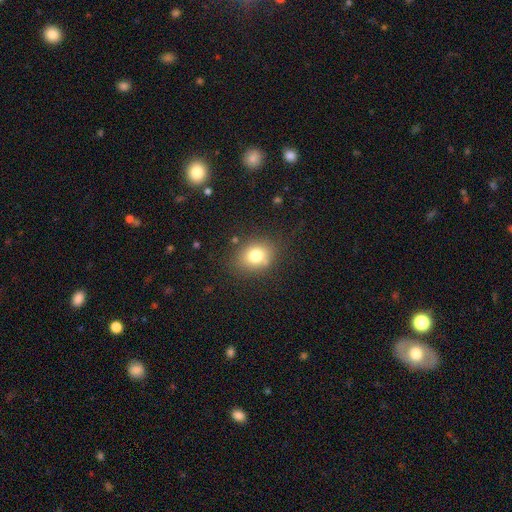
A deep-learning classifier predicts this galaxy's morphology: Smooth or featured: smooth — 76% (star or artifact — 12%)
How rounded: round — 50% (in between — 49%)
Merging: none — 79% (minor disturbance — 13%)